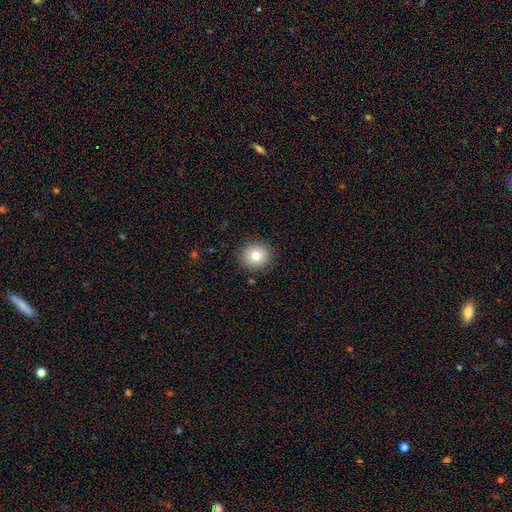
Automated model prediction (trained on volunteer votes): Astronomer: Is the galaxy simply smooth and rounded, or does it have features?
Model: smooth — 80%.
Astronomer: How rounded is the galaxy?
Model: round — 88%.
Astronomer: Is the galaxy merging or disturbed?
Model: none — 89%.